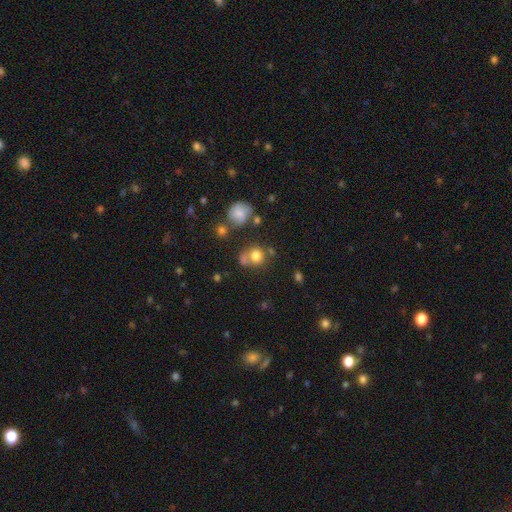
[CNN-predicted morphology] Smooth or featured: smooth — 77% (star or artifact — 13%)
How rounded: round — 77% (in between — 22%)
Merging: none — 51% (merger — 26%)